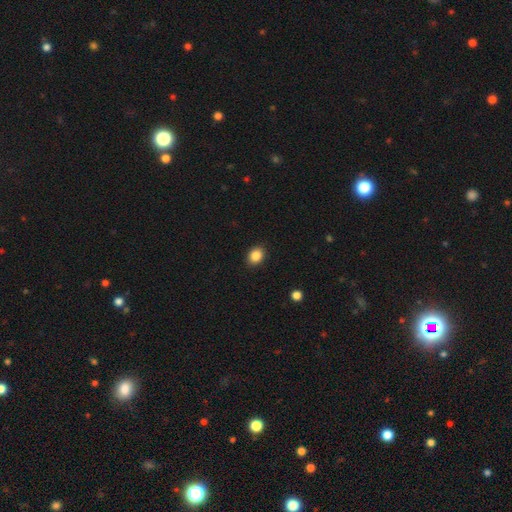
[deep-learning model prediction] Smooth or featured?
  - smooth: 86% *
  - star or artifact: 9%
  - featured or disk: 4%
How rounded?
  - round: 52% *
  - in between: 47%
  - cigar-shaped: 1%
Merging?
  - none: 90% *
  - minor disturbance: 7%
  - major disturbance: 2%
  - merger: 1%